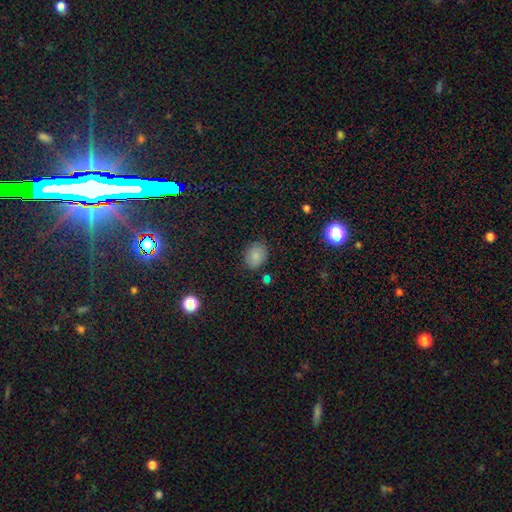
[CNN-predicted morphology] Smooth or featured? Predicted: smooth (p=0.83). How rounded? Predicted: in between (p=0.53). Merging? Predicted: none (p=0.81).